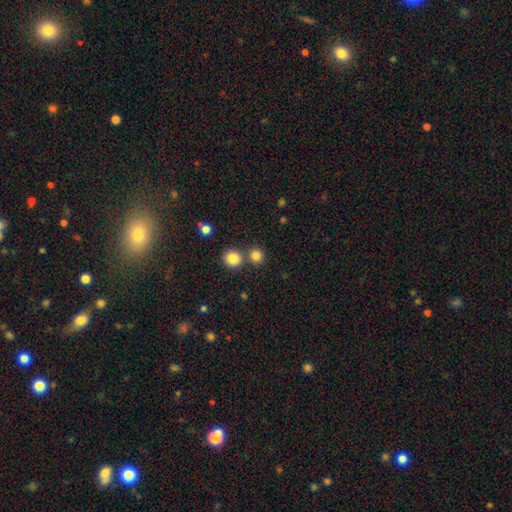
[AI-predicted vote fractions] A smooth galaxy with no disk features (82%) that is round (90%).

Vote fractions:
- Smooth or featured? smooth: 82% / star or artifact: 13% / featured or disk: 5%
- How rounded? round: 90% / in between: 9% / cigar-shaped: 1%
- Merging? none: 69% / merger: 22% / minor disturbance: 7% / major disturbance: 2%